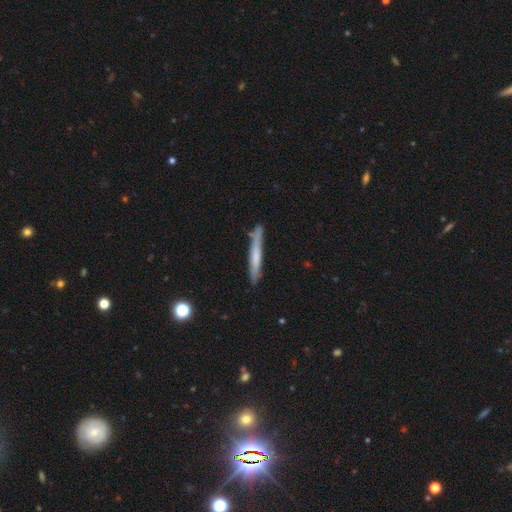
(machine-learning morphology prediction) The model was most divided on "smooth or featured": smooth: 56%, featured or disk: 38%, star or artifact: 6%. More confident: how rounded — cigar-shaped (96%); merging — none (80%).